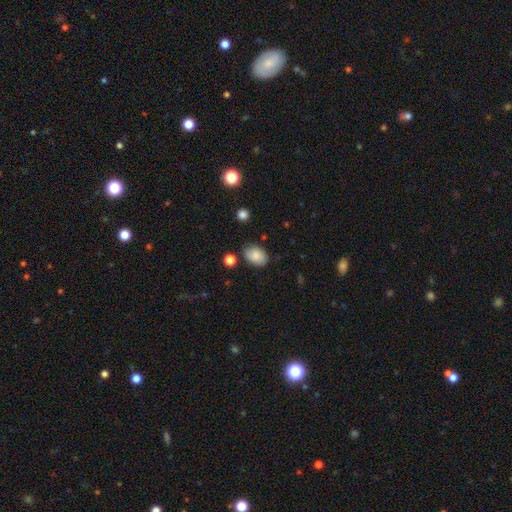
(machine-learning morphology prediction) smooth_or_featured: smooth (p=0.85) [alt: star or artifact p=0.08]
how_rounded: in between (p=0.83) [alt: round p=0.16]
merging: none (p=0.76) [alt: minor disturbance p=0.18]